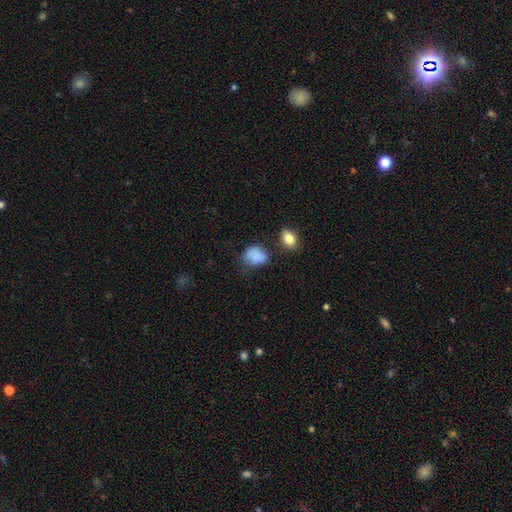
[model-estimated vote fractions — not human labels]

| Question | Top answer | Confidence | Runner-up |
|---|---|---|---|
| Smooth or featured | smooth | 80% | star or artifact (10%) |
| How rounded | in between | 56% | round (43%) |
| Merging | none | 47% | minor disturbance (32%) |